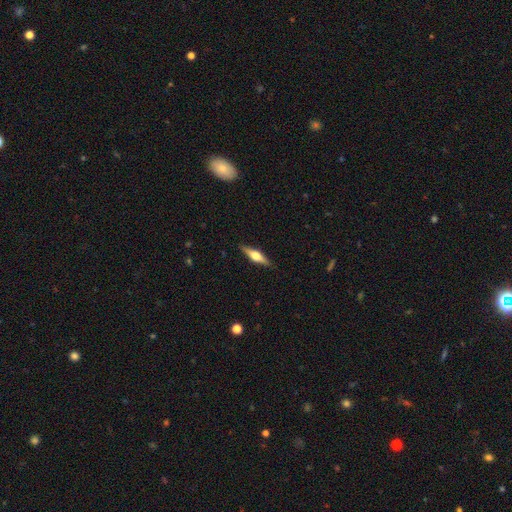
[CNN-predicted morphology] Overall: featured or disk (66%; smooth 28%). Edge-on disk: yes (97%). Edge-on bulge: rounded (93%). Merging: none (90%).